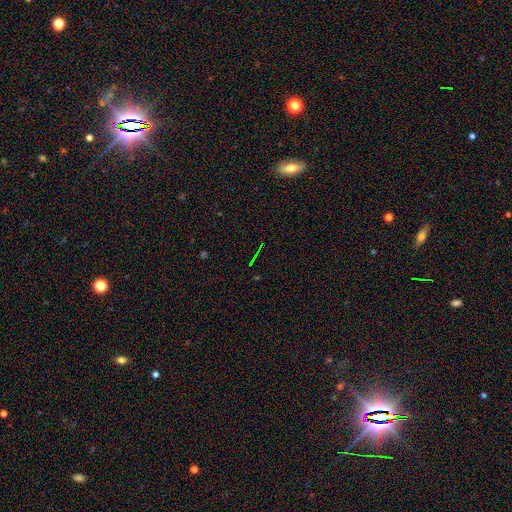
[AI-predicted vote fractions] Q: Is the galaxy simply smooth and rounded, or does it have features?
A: star or artifact — 72%.